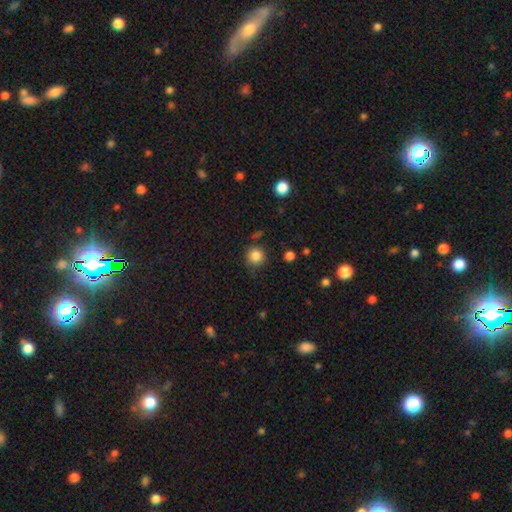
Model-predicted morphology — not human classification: Smooth or featured? Predicted: smooth (p=0.85). How rounded? Predicted: round (p=0.93). Merging? Predicted: none (p=0.81).